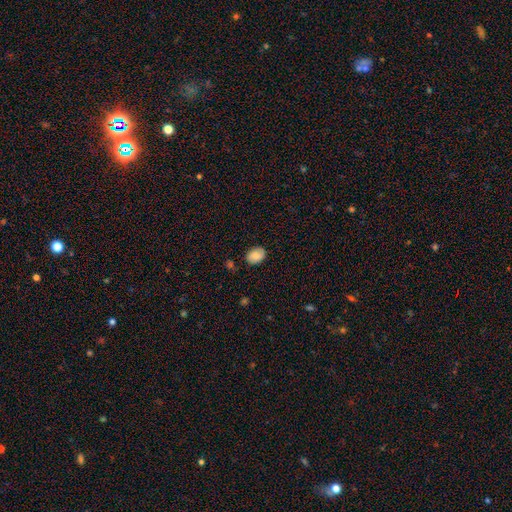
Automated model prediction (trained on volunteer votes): A smooth galaxy with no disk features (85%) that is in between round and cigar-shaped (71%).

Vote fractions:
- Smooth or featured? smooth: 85% / star or artifact: 8% / featured or disk: 8%
- How rounded? in between: 71% / round: 28% / cigar-shaped: 1%
- Merging? none: 82% / minor disturbance: 13% / major disturbance: 3% / merger: 2%